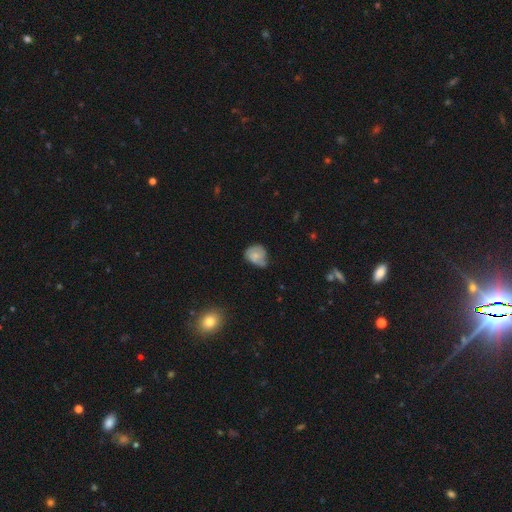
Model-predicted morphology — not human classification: This appears to be a smooth galaxy with no disk features (65%) that is round (57%). Merging: minor disturbance (45%).